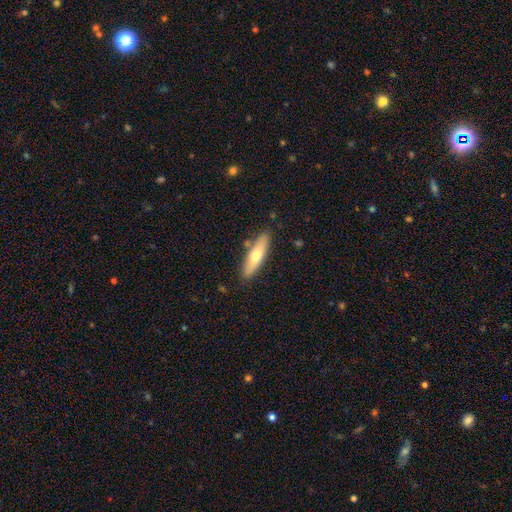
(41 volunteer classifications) Smooth or featured? smooth (51%)
How rounded? cigar-shaped (71%)
Merging? none (88%)